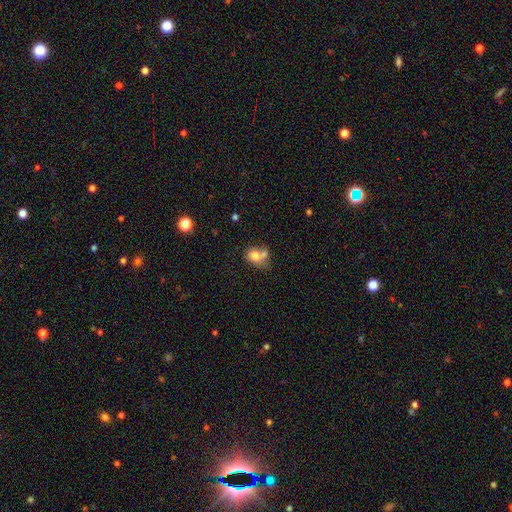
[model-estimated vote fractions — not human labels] Smooth or featured? smooth (74%)
How rounded? in between (50%)
Merging? merger (53%)